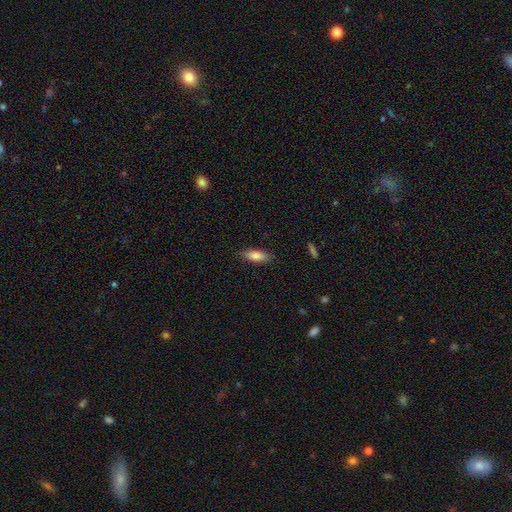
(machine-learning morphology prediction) This is clearly a smooth galaxy (82%). How rounded: likely in between (66%). Merging: clearly none (84%).